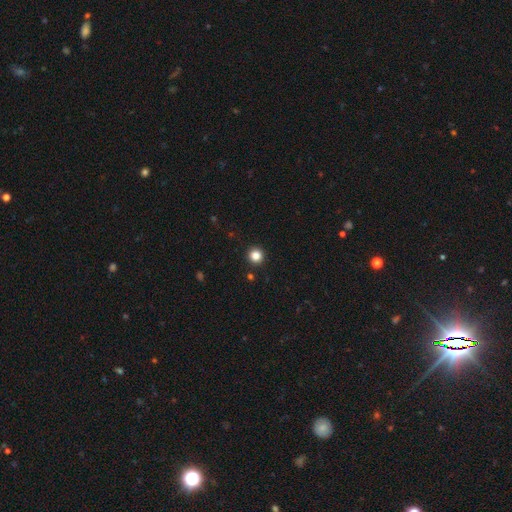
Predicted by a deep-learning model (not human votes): smooth_or_featured: smooth (p=0.84) [alt: star or artifact p=0.12]
how_rounded: round (p=0.96) [alt: in between p=0.04]
merging: none (p=0.93) [alt: minor disturbance p=0.04]